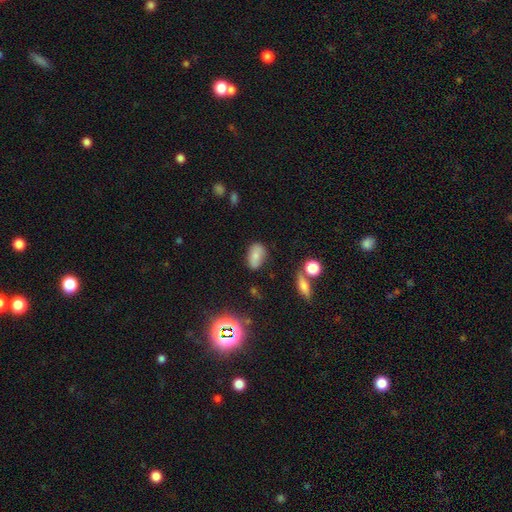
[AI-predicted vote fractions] A smooth galaxy with no disk features (76%) that is in between round and cigar-shaped (89%). Merging: none (74%).